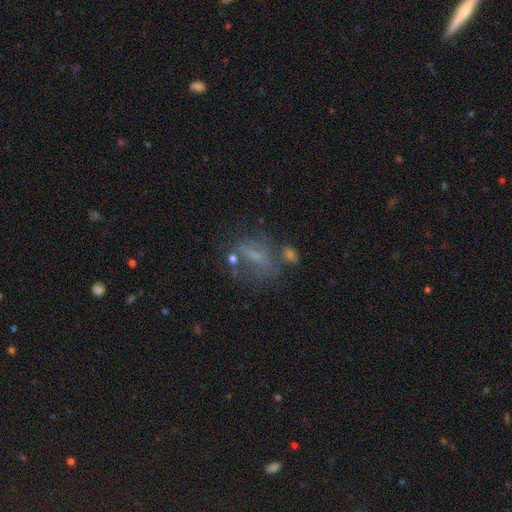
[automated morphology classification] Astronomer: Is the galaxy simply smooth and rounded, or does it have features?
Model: featured or disk — 40% (runner-up: smooth, 37%).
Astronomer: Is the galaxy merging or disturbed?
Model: none — 47%.